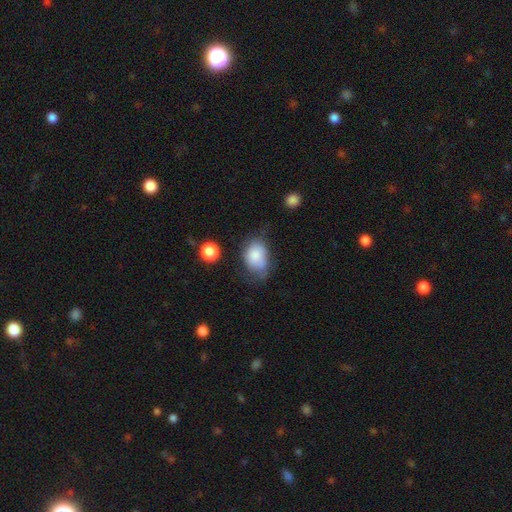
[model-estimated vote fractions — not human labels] Smooth or featured?
  - smooth: 78% *
  - featured or disk: 14%
  - star or artifact: 8%
How rounded?
  - in between: 78% *
  - round: 21%
  - cigar-shaped: 1%
Merging?
  - none: 45% *
  - minor disturbance: 36%
  - major disturbance: 15%
  - merger: 5%